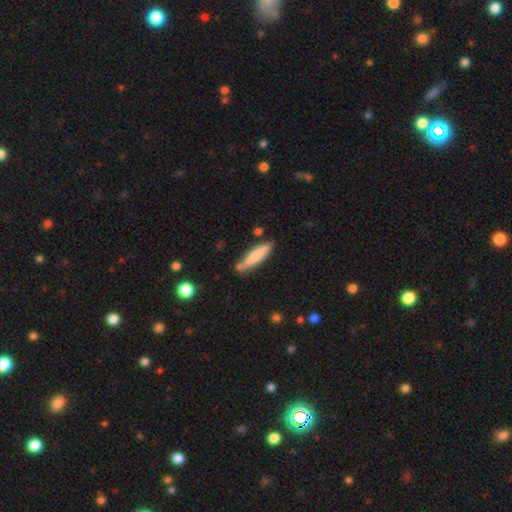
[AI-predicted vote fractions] A smooth galaxy with no disk features (74%) that is cigar-shaped (80%). Merging: none (72%).